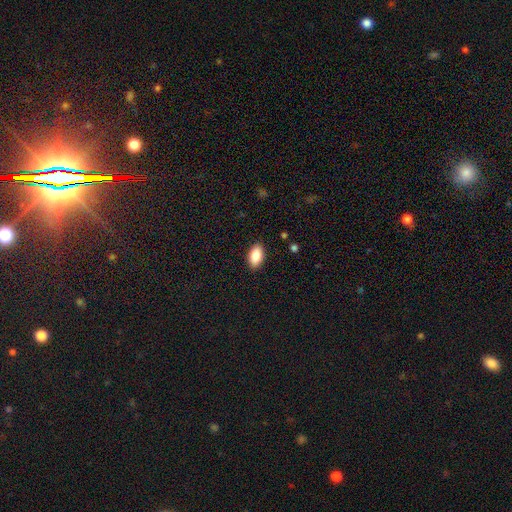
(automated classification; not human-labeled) smooth_or_featured: smooth (p=0.88) [alt: star or artifact p=0.07]
how_rounded: in between (p=0.93) [alt: round p=0.04]
merging: none (p=0.88) [alt: minor disturbance p=0.09]